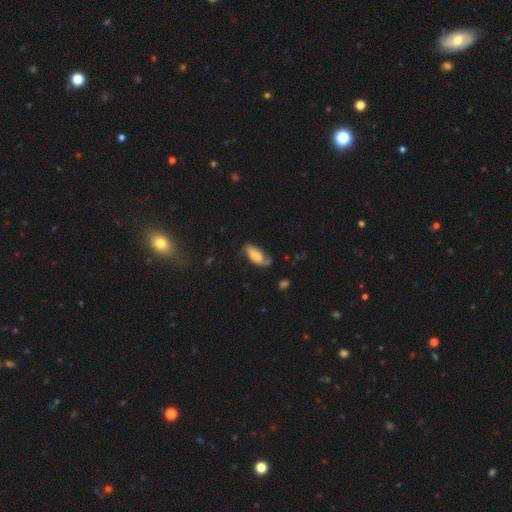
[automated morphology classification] This appears to be a smooth galaxy with no disk features (63%) that is in between round and cigar-shaped (86%). Merging: none (56%).